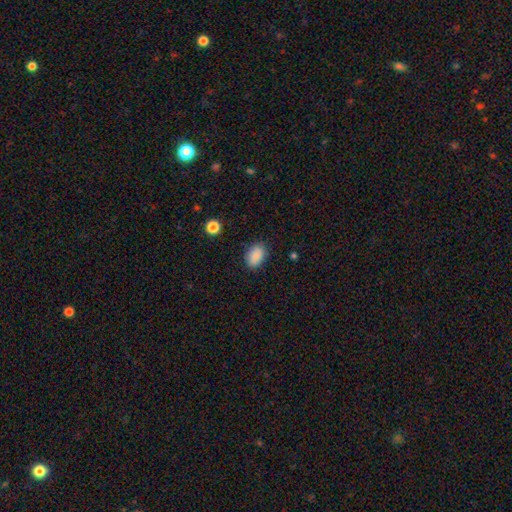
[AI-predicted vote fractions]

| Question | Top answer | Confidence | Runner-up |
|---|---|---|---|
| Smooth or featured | smooth | 88% | star or artifact (8%) |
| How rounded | in between | 85% | round (13%) |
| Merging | none | 85% | minor disturbance (11%) |